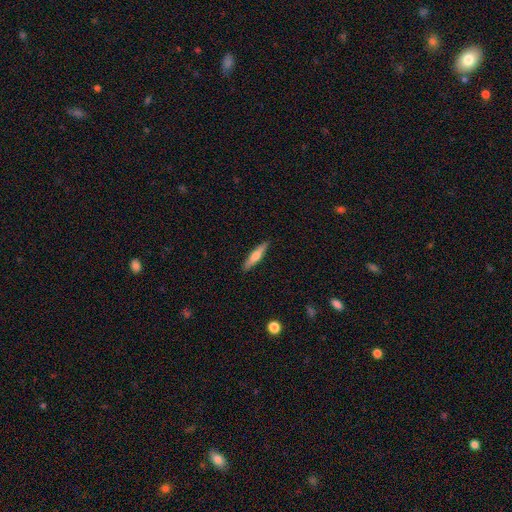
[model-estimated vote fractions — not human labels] Morphology: type=smooth (55%); roundness=cigar-shaped (86%); merging=none (90%).